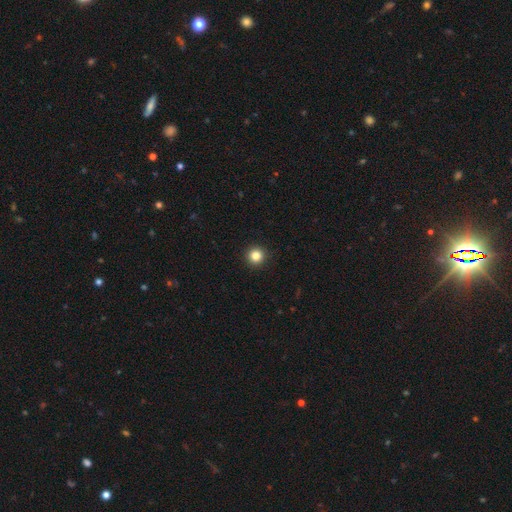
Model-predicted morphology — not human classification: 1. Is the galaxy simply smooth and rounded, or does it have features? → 84% smooth, 12% star or artifact, 5% featured or disk.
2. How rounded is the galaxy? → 96% round, 3% in between, 1% cigar-shaped.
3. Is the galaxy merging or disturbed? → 94% none, 4% minor disturbance, 1% major disturbance, 1% merger.